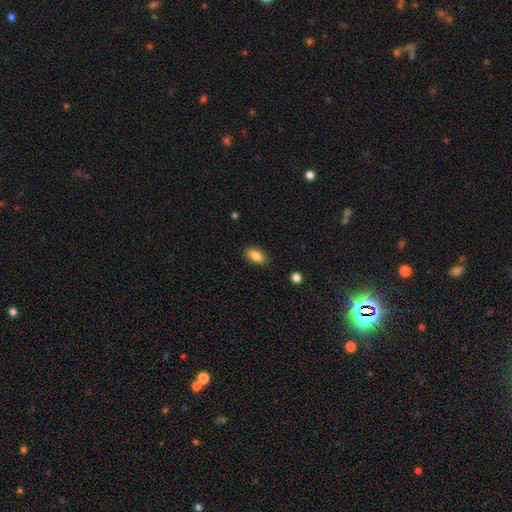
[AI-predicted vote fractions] A smooth galaxy with no disk features (86%) that is in between round and cigar-shaped (90%).

Vote fractions:
- Smooth or featured? smooth: 86% / star or artifact: 8% / featured or disk: 6%
- How rounded? in between: 90% / round: 6% / cigar-shaped: 4%
- Merging? none: 87% / minor disturbance: 10% / major disturbance: 2% / merger: 1%